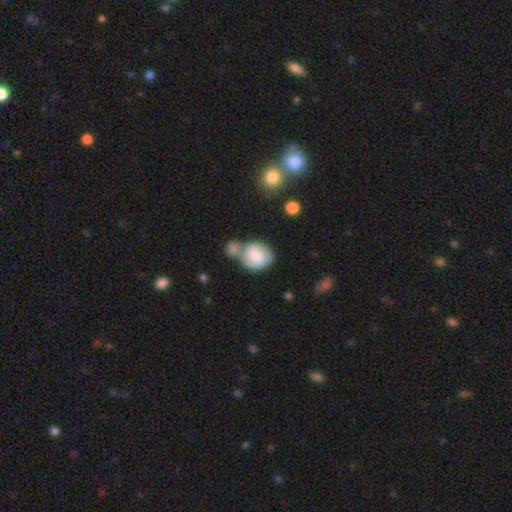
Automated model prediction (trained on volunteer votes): Smooth or featured? Predicted: smooth (p=0.70). How rounded? Predicted: round (p=0.55). Merging? Predicted: merger (p=0.51).